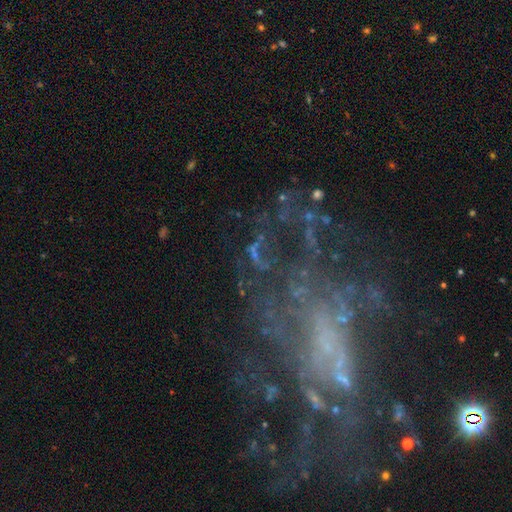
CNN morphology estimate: Smooth or featured? featured or disk (50%)
Edge-on disk? no (93%)
Merging? none (56%)